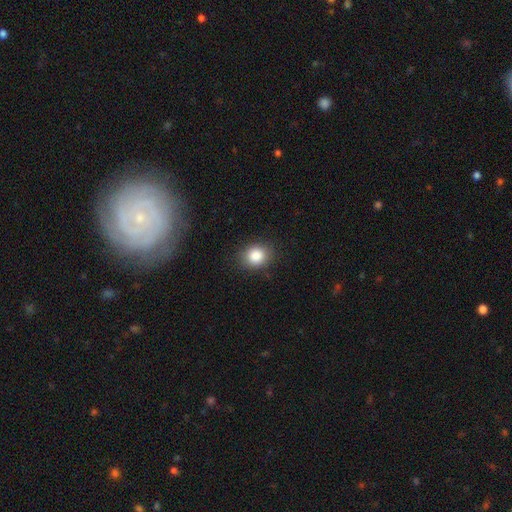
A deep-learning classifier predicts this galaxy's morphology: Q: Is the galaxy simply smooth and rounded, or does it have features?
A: smooth — 86%.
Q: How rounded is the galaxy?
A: round — 65%.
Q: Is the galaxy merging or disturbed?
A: none — 85%.